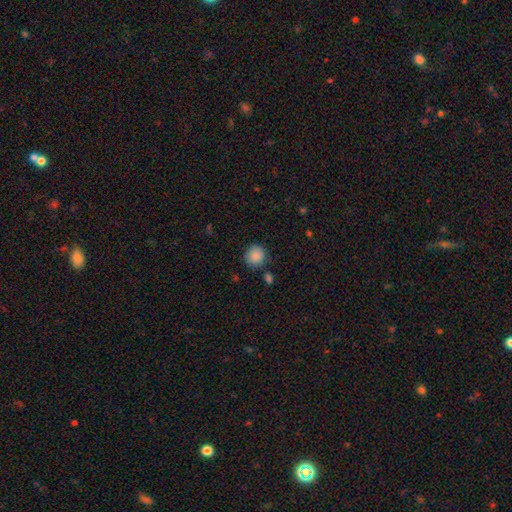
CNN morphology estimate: smooth-or-featured: smooth: 87% | star or artifact: 9% | featured or disk: 4%
  how-rounded: round: 91% | in between: 8% | cigar-shaped: 1%
  merging: none: 84% | minor disturbance: 9% | merger: 4% | major disturbance: 3%